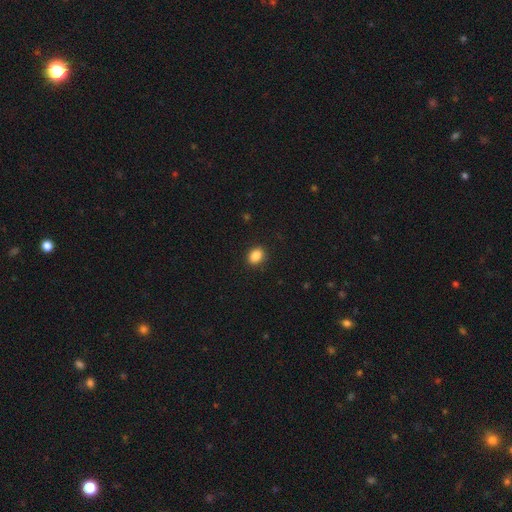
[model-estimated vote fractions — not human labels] This is clearly a smooth galaxy (88%). How rounded: likely in between (63%). Merging: clearly none (89%).